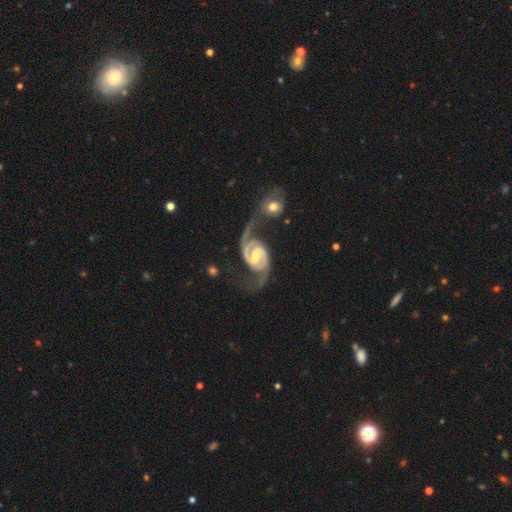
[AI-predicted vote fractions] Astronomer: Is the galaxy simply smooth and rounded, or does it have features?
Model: featured or disk — 94%.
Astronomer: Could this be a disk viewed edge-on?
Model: no — 98%.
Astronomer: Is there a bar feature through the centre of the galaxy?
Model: weak — 47% (runner-up: strong, 39%).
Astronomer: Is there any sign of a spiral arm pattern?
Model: yes — 98%.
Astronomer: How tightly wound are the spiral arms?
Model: medium — 55%.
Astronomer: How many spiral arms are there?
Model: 2 — 94%.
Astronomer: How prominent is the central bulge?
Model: moderate — 64%.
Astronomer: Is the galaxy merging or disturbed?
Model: none — 53%.